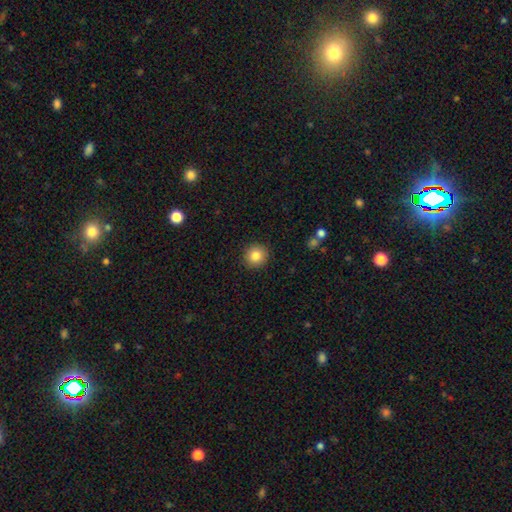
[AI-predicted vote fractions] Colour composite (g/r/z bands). It shows a smooth galaxy with no disk features (84%) that is round (92%). Merging: none (91%).